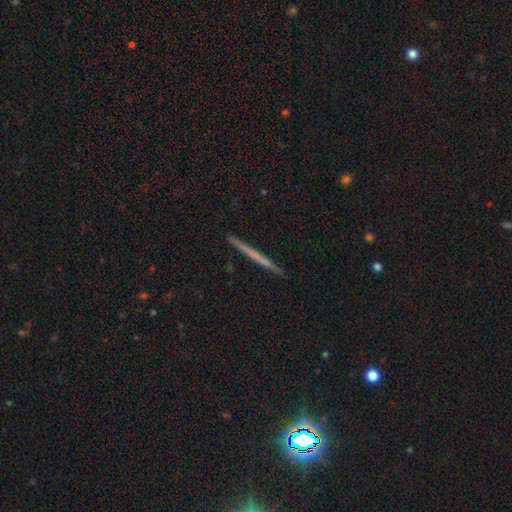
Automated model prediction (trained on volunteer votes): A featured or disk galaxy (50%). Merging: none (93%).